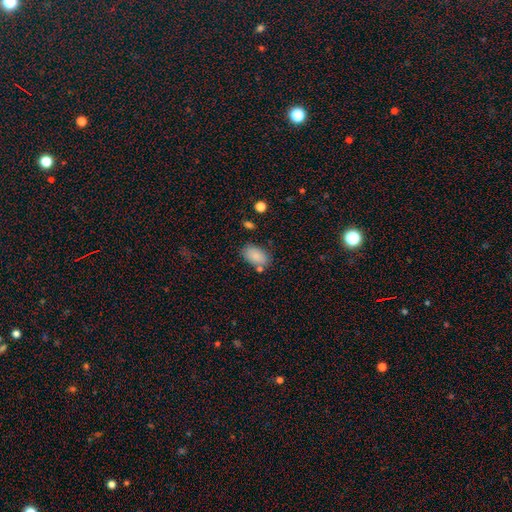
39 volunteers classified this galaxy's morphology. smooth 82%, star or artifact 10%, featured or disk 8%. Down the decision tree: how rounded — in between (84%); merging — none (80%).